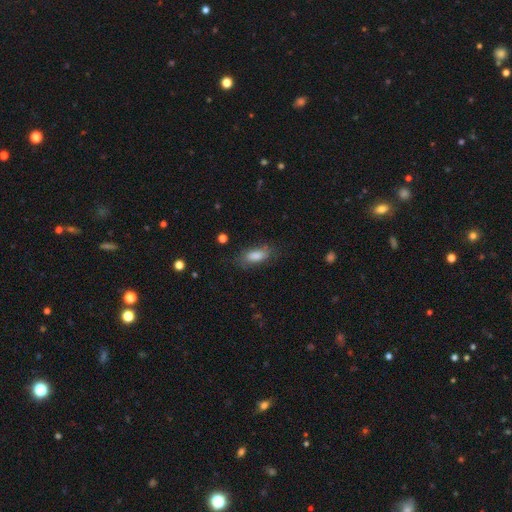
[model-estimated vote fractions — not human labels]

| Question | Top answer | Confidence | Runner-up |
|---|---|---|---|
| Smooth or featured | smooth | 82% | featured or disk (11%) |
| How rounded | in between | 81% | cigar-shaped (16%) |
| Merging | none | 70% | minor disturbance (20%) |